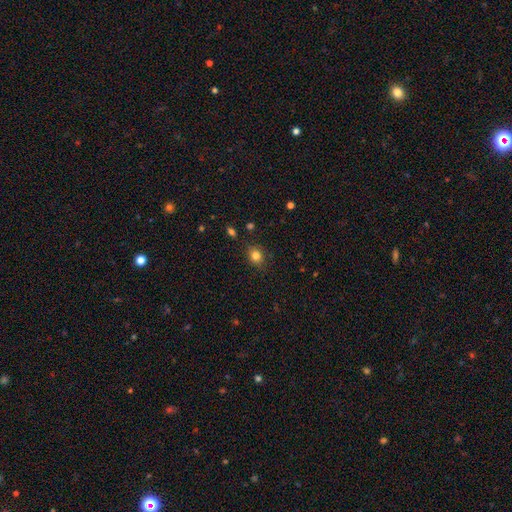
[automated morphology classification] Smooth or featured: smooth — 82% (star or artifact — 12%)
How rounded: round — 65% (in between — 34%)
Merging: none — 84% (minor disturbance — 12%)